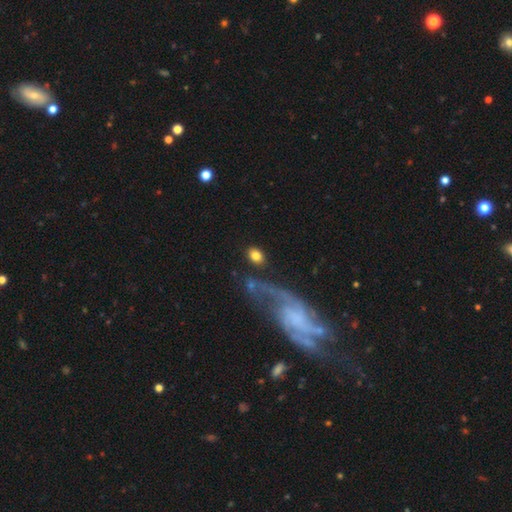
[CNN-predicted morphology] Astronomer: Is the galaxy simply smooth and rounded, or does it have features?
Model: smooth — 81%.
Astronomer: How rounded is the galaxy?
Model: in between — 68%.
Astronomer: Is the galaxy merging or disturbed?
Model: none — 77%.